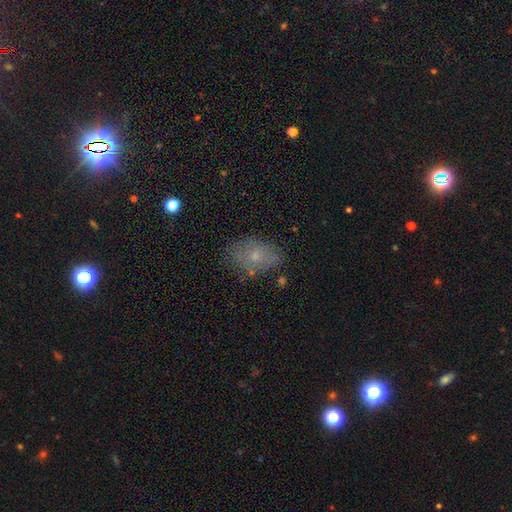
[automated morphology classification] Smooth or featured? Predicted: smooth (p=0.63). How rounded? Predicted: in between (p=0.82). Merging? Predicted: none (p=0.69).